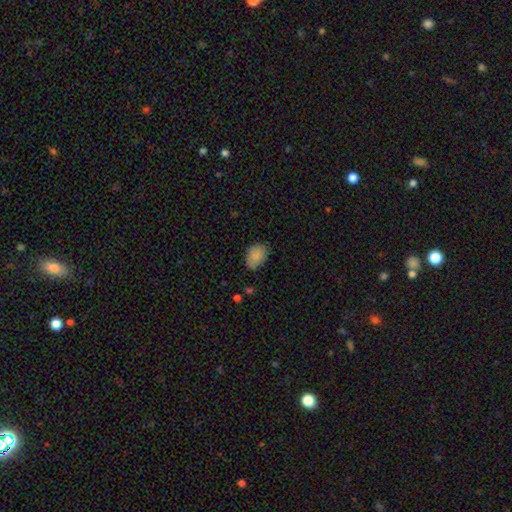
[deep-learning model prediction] Morphology: type=smooth (86%); roundness=in between (80%); merging=none (75%).